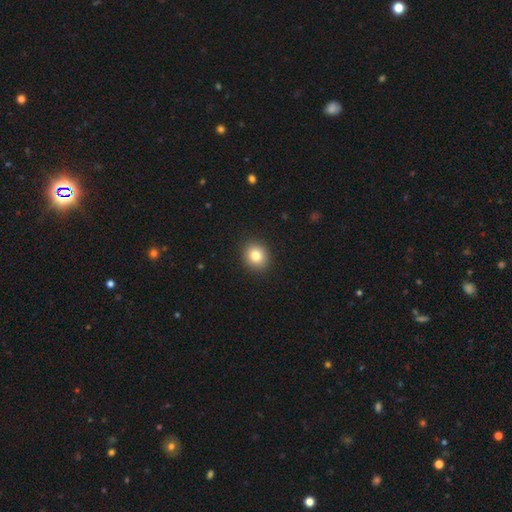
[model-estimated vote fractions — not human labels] smooth 82%, star or artifact 10%, featured or disk 8%. Down the decision tree: how rounded — round (79%); merging — none (91%).